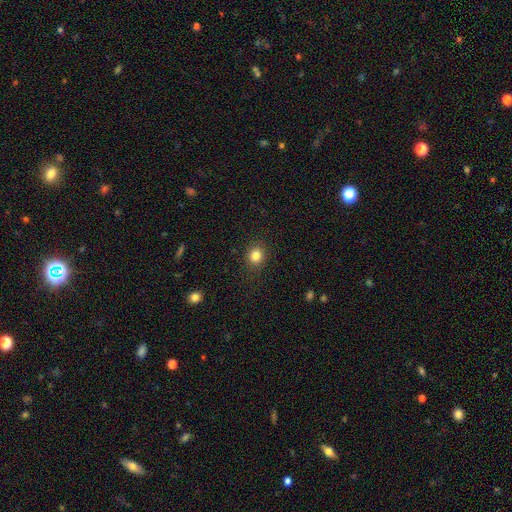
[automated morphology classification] Overall: smooth (83%). How rounded: round (73%). Merging: none (87%).